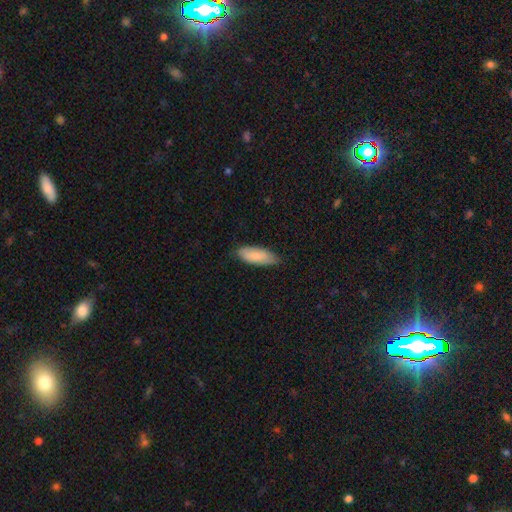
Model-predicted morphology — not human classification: Smooth or featured: smooth — 84% (featured or disk — 11%)
How rounded: in between — 77% (cigar-shaped — 22%)
Merging: none — 78% (minor disturbance — 18%)